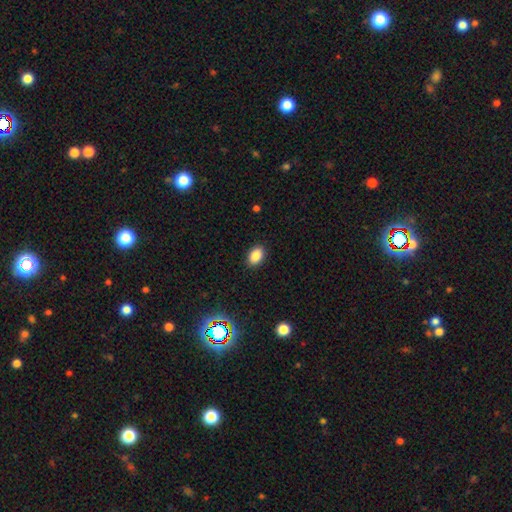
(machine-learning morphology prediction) Q: Smooth or featured?
A: smooth (86%); runner-up: star or artifact (10%)
Q: How rounded?
A: in between (86%); runner-up: round (13%)
Q: Merging?
A: none (89%); runner-up: minor disturbance (8%)